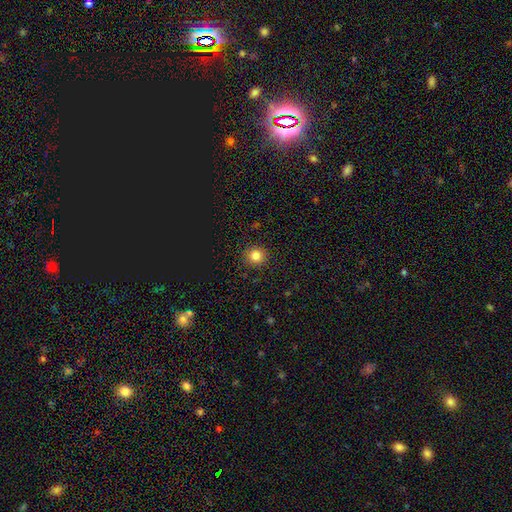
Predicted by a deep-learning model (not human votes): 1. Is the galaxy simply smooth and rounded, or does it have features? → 83% smooth, 12% star or artifact, 5% featured or disk.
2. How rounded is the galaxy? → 92% round, 7% in between, 1% cigar-shaped.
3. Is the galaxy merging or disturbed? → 91% none, 6% minor disturbance, 2% major disturbance, 1% merger.